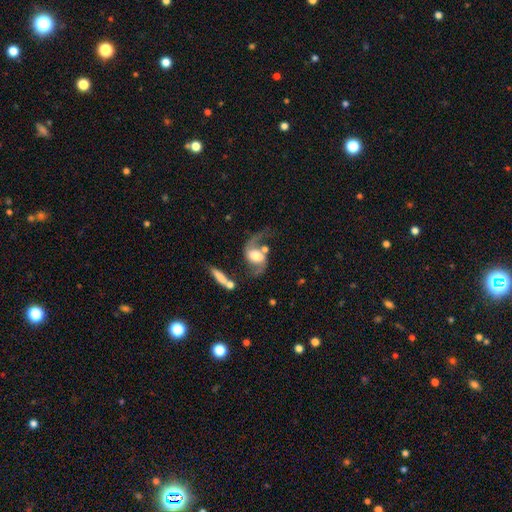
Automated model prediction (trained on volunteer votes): smooth_or_featured: featured or disk (p=0.83) [alt: smooth p=0.11]
disk_edge_on: no (p=0.96) [alt: yes p=0.04]
bar: weak (p=0.43) [alt: no p=0.36]
has_spiral_arms: yes (p=0.95) [alt: no p=0.05]
spiral_winding: loose (p=0.76) [alt: medium p=0.20]
spiral_arm_count: 2 (p=0.91) [alt: 1 p=0.04]
bulge_size: large (p=0.39) [alt: moderate p=0.38]
merging: none (p=0.45) [alt: merger p=0.23]